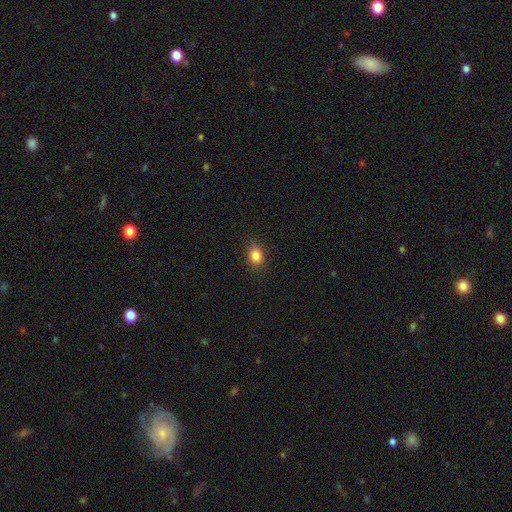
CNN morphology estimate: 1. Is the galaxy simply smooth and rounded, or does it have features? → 84% smooth, 10% star or artifact, 5% featured or disk.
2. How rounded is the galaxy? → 65% in between, 33% round, 2% cigar-shaped.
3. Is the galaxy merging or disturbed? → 85% none, 12% minor disturbance, 3% major disturbance, 1% merger.